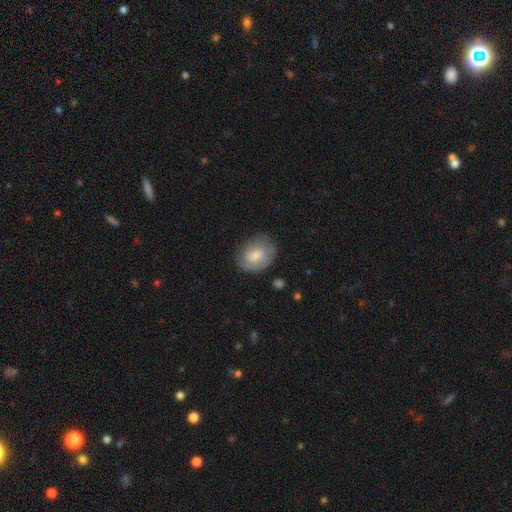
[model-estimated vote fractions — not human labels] This is likely a smooth galaxy (72%). How rounded: likely in between (67%). Merging: likely none (71%).